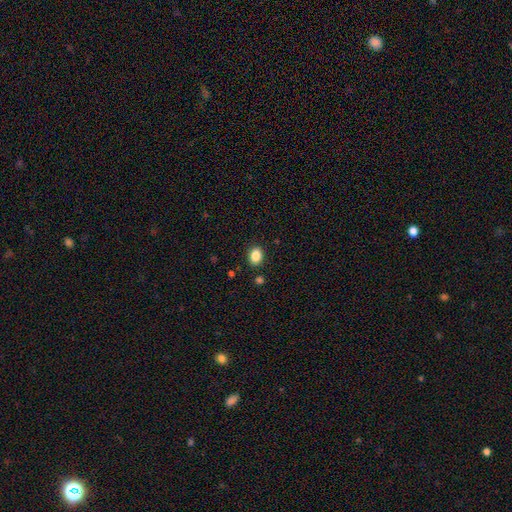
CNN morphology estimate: This is clearly a smooth galaxy (86%). How rounded: likely in between (64%). Merging: clearly none (88%).